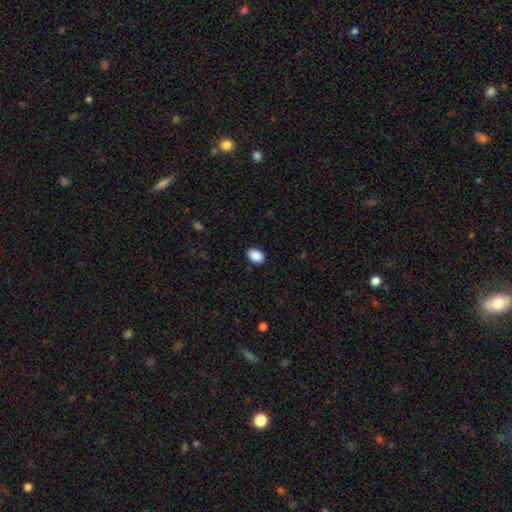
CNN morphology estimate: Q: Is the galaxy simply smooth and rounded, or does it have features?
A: smooth — 90%.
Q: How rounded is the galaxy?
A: in between — 84%.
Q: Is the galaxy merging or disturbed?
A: none — 88%.